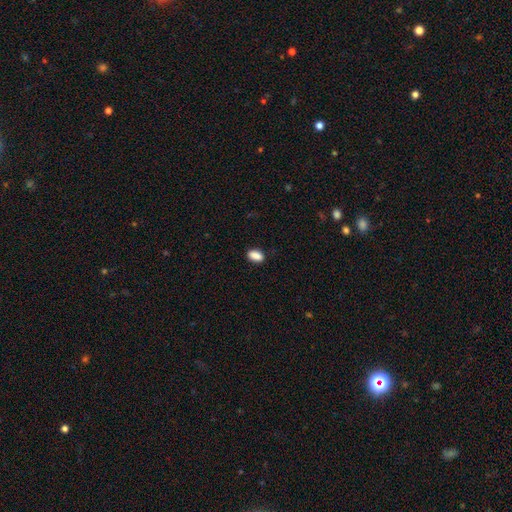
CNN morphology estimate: A smooth galaxy with no disk features (89%) that is in between round and cigar-shaped (89%). Merging: none (87%).